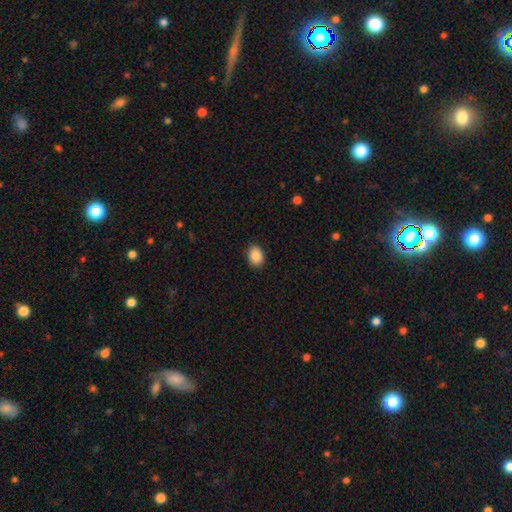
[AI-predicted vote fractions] This is clearly a smooth galaxy (88%). How rounded: likely in between (68%). Merging: clearly none (88%).